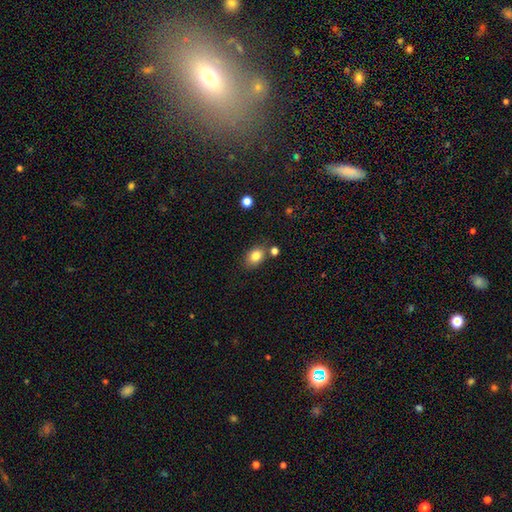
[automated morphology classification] This is clearly a smooth galaxy (83%). How rounded: likely in between (74%). Merging: likely none (74%).